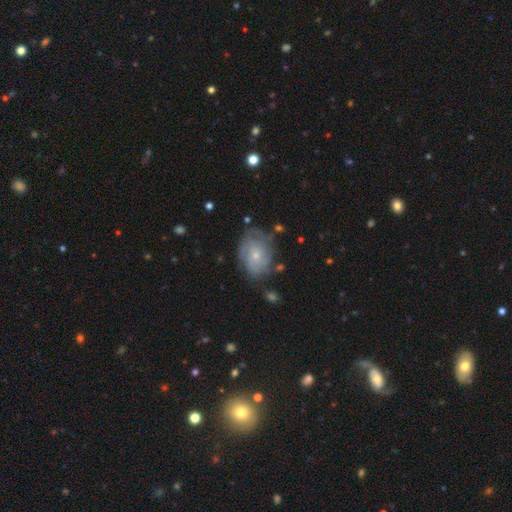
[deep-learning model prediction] This appears to be a featured or disk galaxy (70%) with no bar (77%), tight (62%) spiral arms (88%) and a small central bulge (71%). Merging: none (67%).